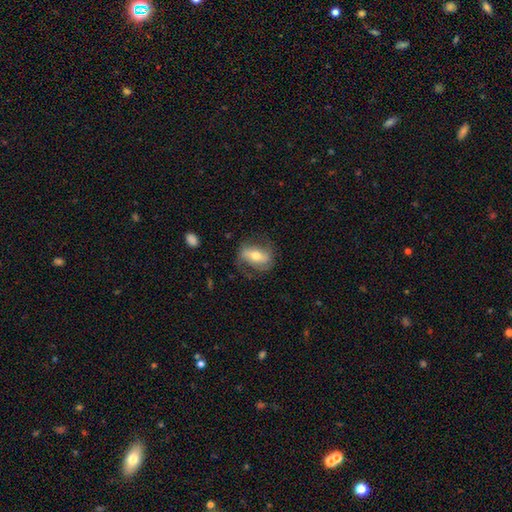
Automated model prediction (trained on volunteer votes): This appears to be a featured or disk galaxy (51%). Merging: none (67%).